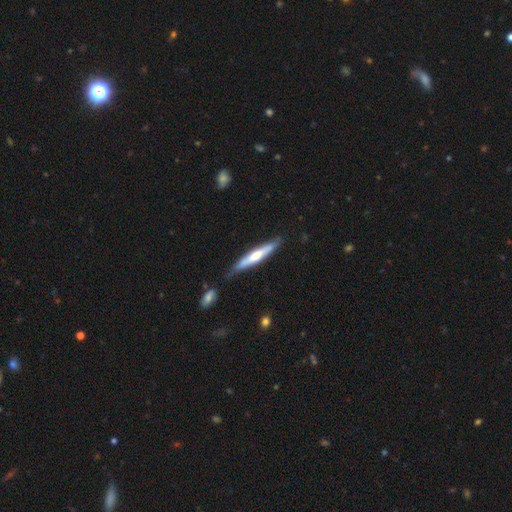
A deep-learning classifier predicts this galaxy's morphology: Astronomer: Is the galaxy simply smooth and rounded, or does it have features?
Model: featured or disk — 54% (runner-up: smooth, 41%).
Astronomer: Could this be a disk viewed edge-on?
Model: yes — 90%.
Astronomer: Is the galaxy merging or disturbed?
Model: none — 78%.